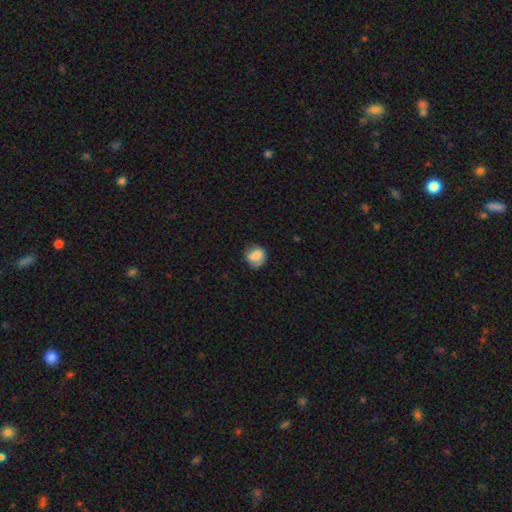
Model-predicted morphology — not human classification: Overall: smooth (77%). How rounded: round (75%). Merging: none (73%).